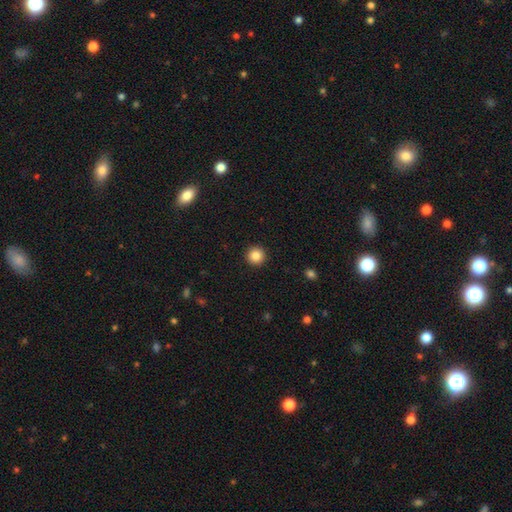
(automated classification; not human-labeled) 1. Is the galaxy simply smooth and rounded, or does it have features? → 85% smooth, 10% star or artifact, 5% featured or disk.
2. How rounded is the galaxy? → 96% round, 3% in between, 1% cigar-shaped.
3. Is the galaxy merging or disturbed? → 93% none, 4% minor disturbance, 2% major disturbance, 1% merger.